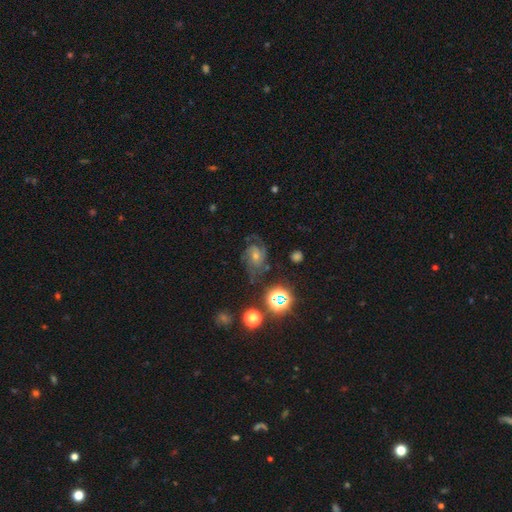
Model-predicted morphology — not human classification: featured or disk 65%, star or artifact 21%, smooth 13%. Down the decision tree: edge-on disk — no (97%); bar — no (64%); spiral arms — yes (95%); spiral arm count — 2 (40%); spiral winding — medium (46%); bulge size — moderate (46%, tied with small); merging — none (68%).